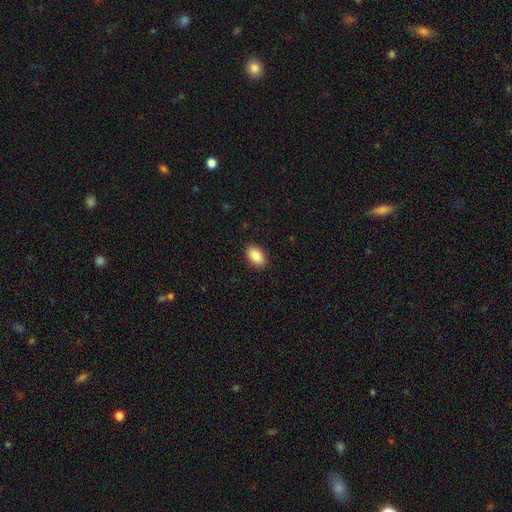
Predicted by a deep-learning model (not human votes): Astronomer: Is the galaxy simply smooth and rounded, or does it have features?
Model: smooth — 88%.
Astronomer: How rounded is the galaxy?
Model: in between — 90%.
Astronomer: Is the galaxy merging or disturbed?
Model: none — 89%.